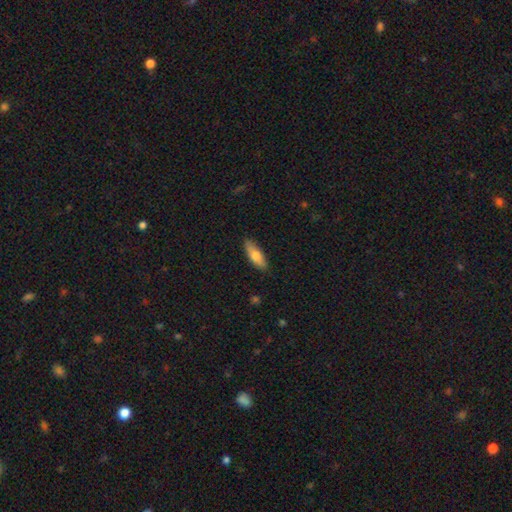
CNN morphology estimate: smooth_or_featured: smooth (p=0.72) [alt: featured or disk p=0.22]
how_rounded: in between (p=0.62) [alt: cigar-shaped p=0.36]
merging: none (p=0.86) [alt: minor disturbance p=0.11]